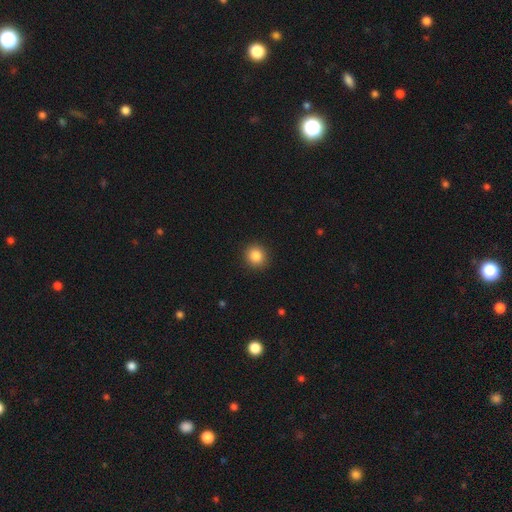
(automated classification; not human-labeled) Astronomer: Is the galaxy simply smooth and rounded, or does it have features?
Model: smooth — 85%.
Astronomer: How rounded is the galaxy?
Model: round — 90%.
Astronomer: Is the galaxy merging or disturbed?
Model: none — 92%.